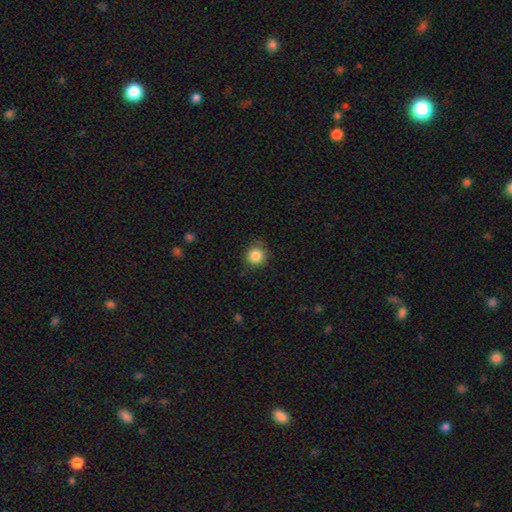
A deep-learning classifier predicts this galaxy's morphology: type=smooth (86%); roundness=round (92%); merging=none (83%).